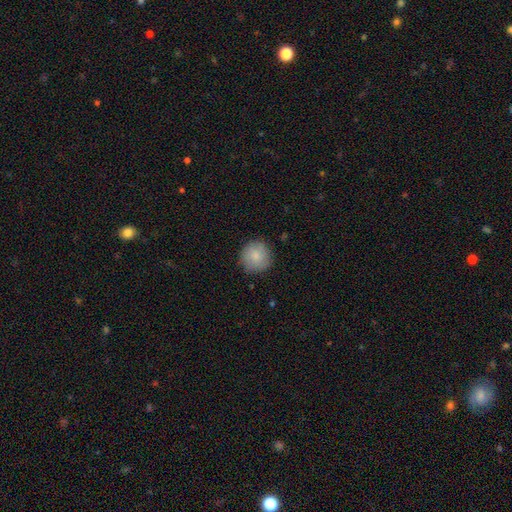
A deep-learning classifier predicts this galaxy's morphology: This appears to be a smooth galaxy with no disk features (82%) that is round (92%). Merging: none (84%).